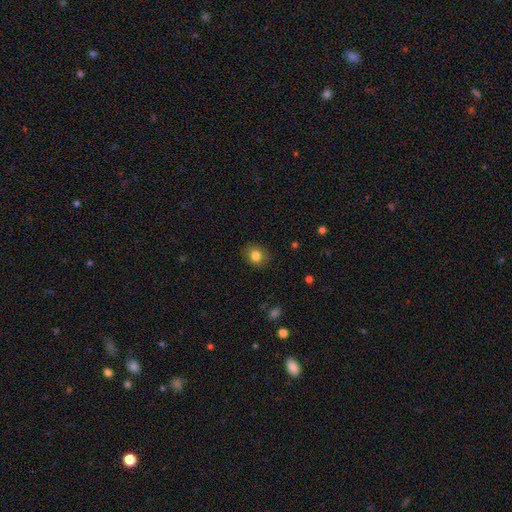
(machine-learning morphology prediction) A smooth galaxy with no disk features (81%) that is round (68%). Merging: none (86%).